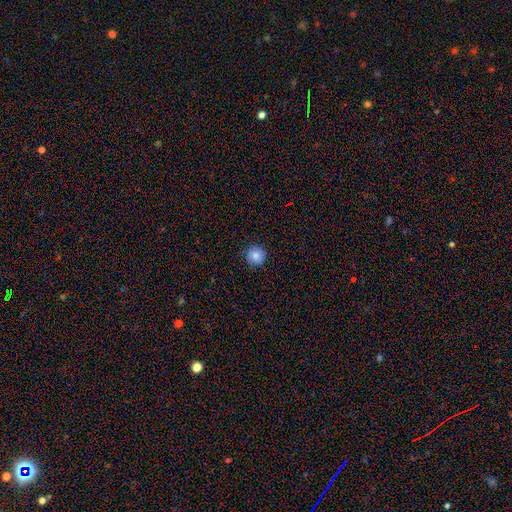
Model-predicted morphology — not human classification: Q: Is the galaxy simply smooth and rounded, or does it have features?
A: smooth — 78%.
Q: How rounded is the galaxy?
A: round — 94%.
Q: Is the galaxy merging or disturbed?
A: none — 85%.